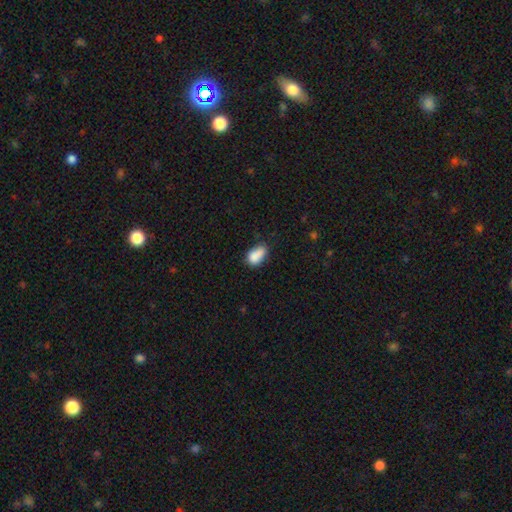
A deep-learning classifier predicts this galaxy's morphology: Q: Smooth or featured?
A: smooth (85%); runner-up: star or artifact (9%)
Q: How rounded?
A: in between (89%); runner-up: round (8%)
Q: Merging?
A: none (55%); runner-up: minor disturbance (31%)